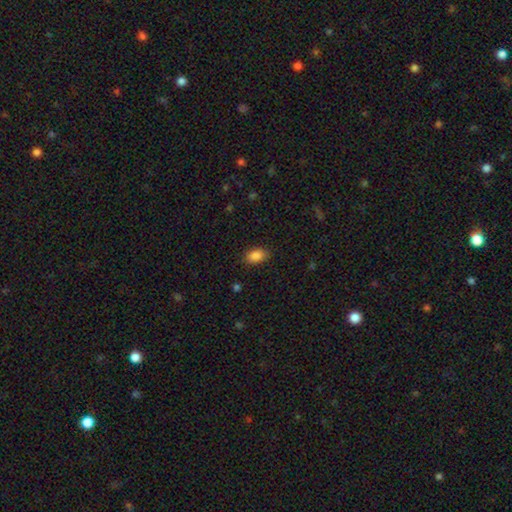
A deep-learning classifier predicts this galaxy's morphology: smooth_or_featured: smooth (p=0.88) [alt: star or artifact p=0.09]
how_rounded: in between (p=0.88) [alt: round p=0.11]
merging: none (p=0.86) [alt: minor disturbance p=0.10]